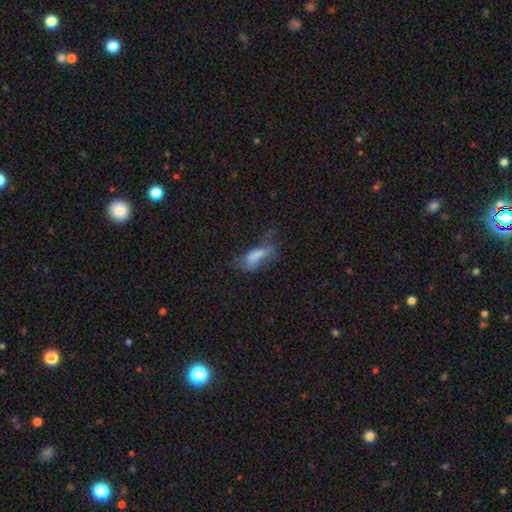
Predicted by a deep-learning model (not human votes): The model was most divided on "merging": major disturbance: 42%, none: 27%, minor disturbance: 25%, merger: 6%. More confident: how rounded — in between (77%); smooth or featured — smooth (63%).